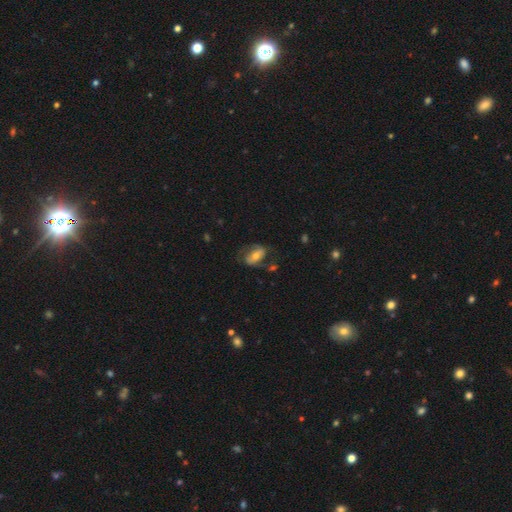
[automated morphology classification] type=featured or disk (48%); merging=none (53%).